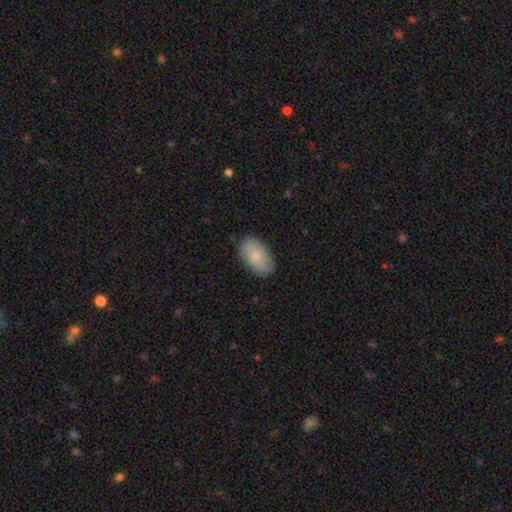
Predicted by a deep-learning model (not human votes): Smooth or featured: smooth — 75% (featured or disk — 19%)
How rounded: in between — 93% (round — 5%)
Merging: none — 83% (minor disturbance — 13%)